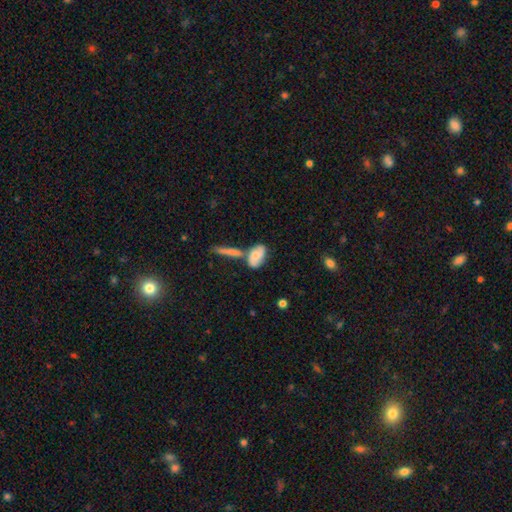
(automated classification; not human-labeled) Morphology: type=smooth (55%); roundness=in between (83%); merging=none (43%).